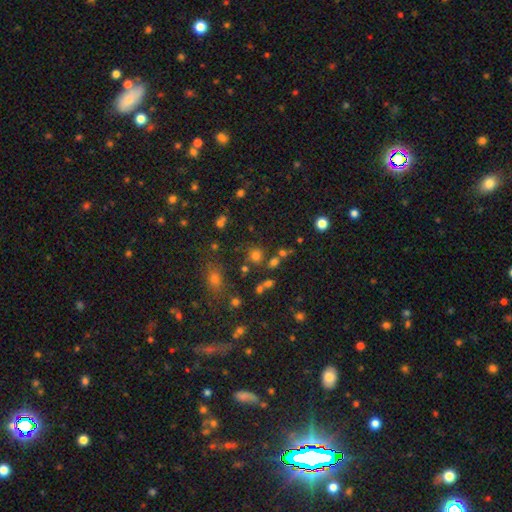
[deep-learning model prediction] Smooth or featured? smooth (68%)
How rounded? round (82%)
Merging? none (70%)